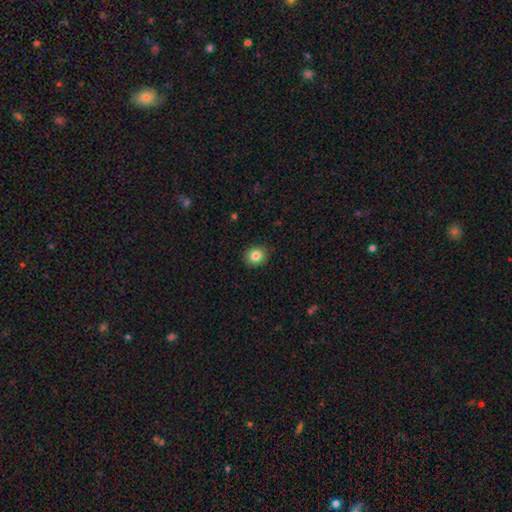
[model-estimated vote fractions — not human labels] Smooth or featured? Predicted: smooth (p=0.84). How rounded? Predicted: round (p=0.76). Merging? Predicted: none (p=0.90).